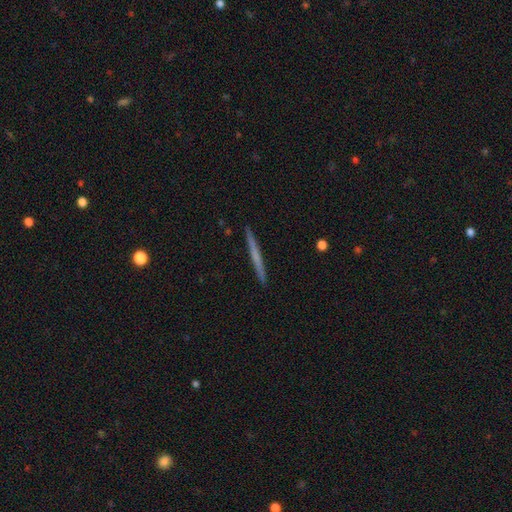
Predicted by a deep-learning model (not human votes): smooth-or-featured: featured or disk: 47% (tied) | smooth: 47% (tied) | star or artifact: 5%
  merging: none: 93% | minor disturbance: 5% | major disturbance: 1% | merger: 1%